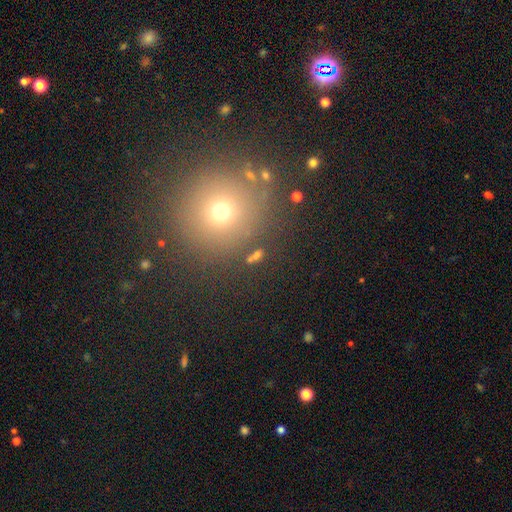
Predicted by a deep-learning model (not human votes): Overall: smooth (61%; star or artifact 30%). How rounded: round (94%). Merging: none (86%).